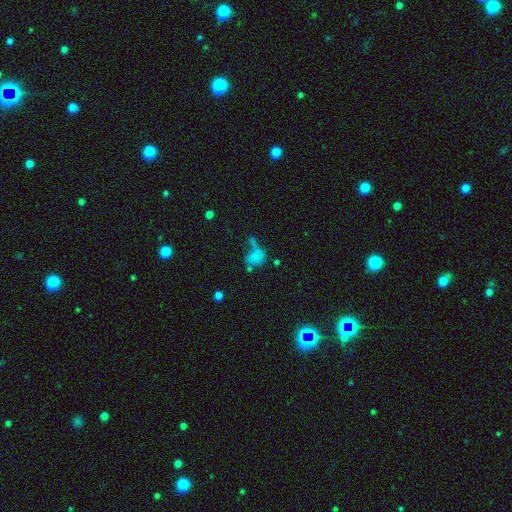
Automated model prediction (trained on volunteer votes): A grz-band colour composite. It shows a smooth galaxy with no disk features (67%) that is in between round and cigar-shaped (61%). Merging: merger (34%).